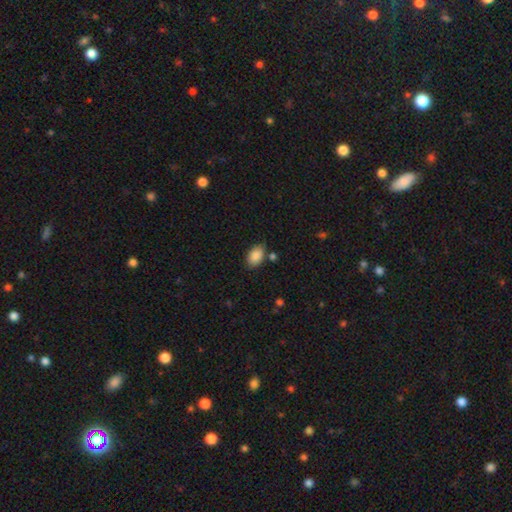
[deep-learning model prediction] Smooth or featured?
  - smooth: 88% *
  - star or artifact: 7%
  - featured or disk: 5%
How rounded?
  - in between: 90% *
  - round: 9%
  - cigar-shaped: 1%
Merging?
  - none: 78% *
  - minor disturbance: 13%
  - merger: 6%
  - major disturbance: 3%